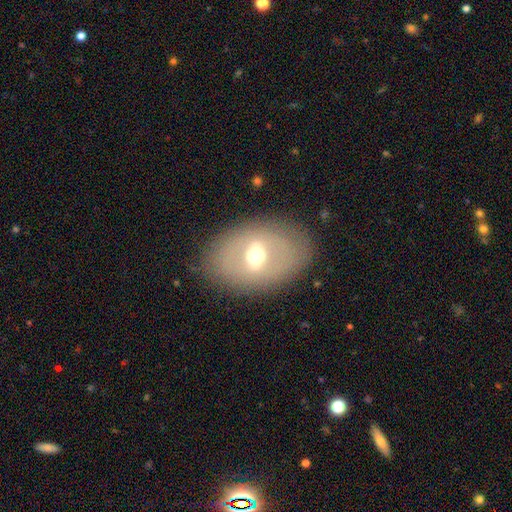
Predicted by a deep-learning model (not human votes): The model was most divided on "smooth or featured": featured or disk: 54%, smooth: 37%, star or artifact: 9%. More confident: merging — none (83%); edge-on disk — no (82%).